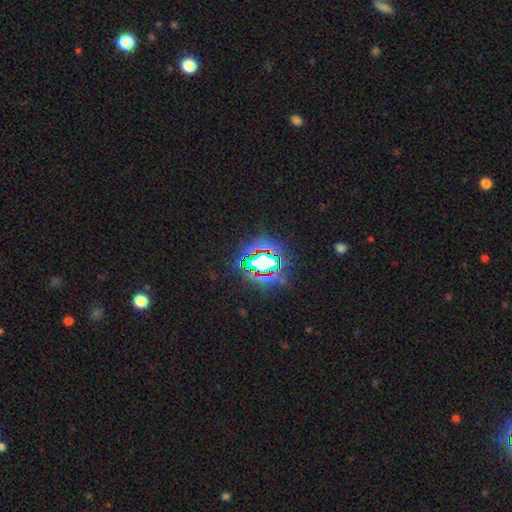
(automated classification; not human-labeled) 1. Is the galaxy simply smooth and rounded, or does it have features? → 73% star or artifact, 16% smooth, 11% featured or disk.